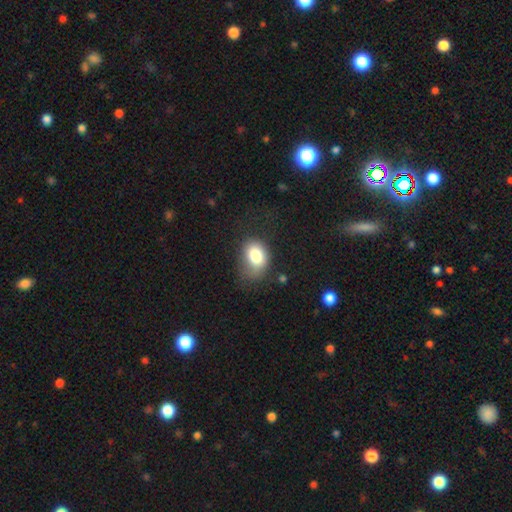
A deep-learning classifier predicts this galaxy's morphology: Smooth or featured: smooth — 80% (featured or disk — 11%)
How rounded: in between — 66% (round — 33%)
Merging: none — 50% (minor disturbance — 30%)